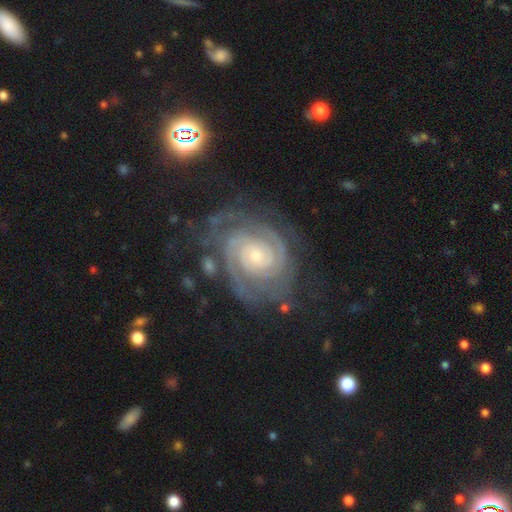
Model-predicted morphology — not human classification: Smooth or featured?
  - featured or disk: 90% *
  - star or artifact: 5%
  - smooth: 4%
Edge-on disk?
  - no: 98% *
  - yes: 2%
Bar?
  - no: 70% *
  - weak: 22%
  - strong: 8%
Spiral arms?
  - yes: 98% *
  - no: 2%
Spiral winding?
  - tight: 80% *
  - medium: 17%
  - loose: 3%
Spiral arm count?
  - 2: 55% *
  - 3: 15%
  - can't tell: 14%
  - 4: 7%
  - more than 4: 5%
  - 1: 4%
Bulge size?
  - small: 64% *
  - moderate: 30%
  - large: 3%
  - none: 2%
  - dominant: 1%
Merging?
  - none: 69% *
  - minor disturbance: 19%
  - major disturbance: 10%
  - merger: 2%